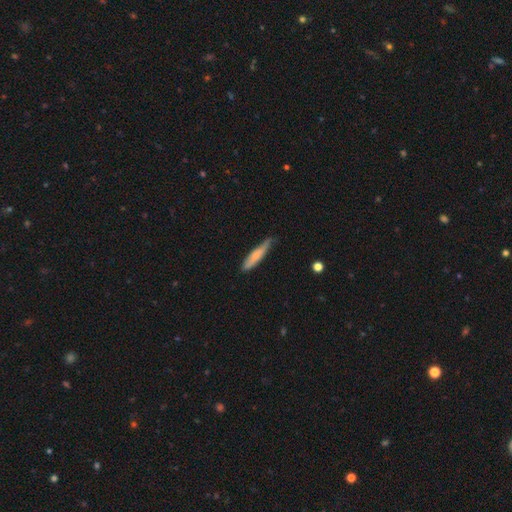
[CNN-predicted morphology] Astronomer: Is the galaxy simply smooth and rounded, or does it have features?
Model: smooth — 69%.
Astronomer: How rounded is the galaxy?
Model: cigar-shaped — 85%.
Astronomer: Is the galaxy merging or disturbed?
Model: none — 61%.